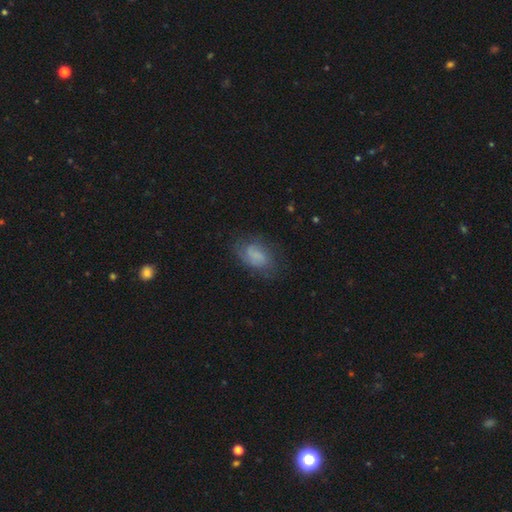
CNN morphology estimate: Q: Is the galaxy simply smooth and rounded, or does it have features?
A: smooth — 55%.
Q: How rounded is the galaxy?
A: in between — 87%.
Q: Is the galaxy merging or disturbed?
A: none — 63%.